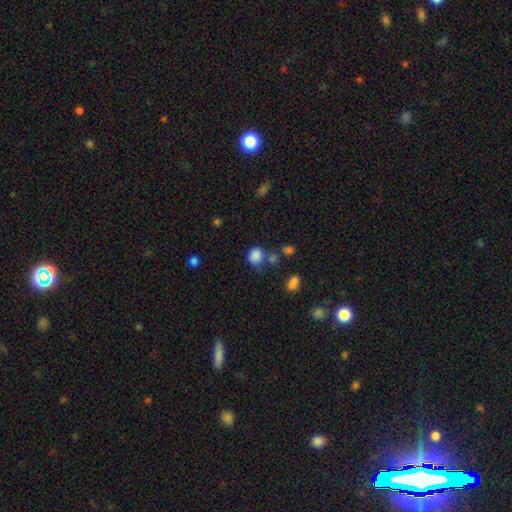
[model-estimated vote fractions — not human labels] Morphology: type=smooth (83%); roundness=round (68%); merging=none (59%).